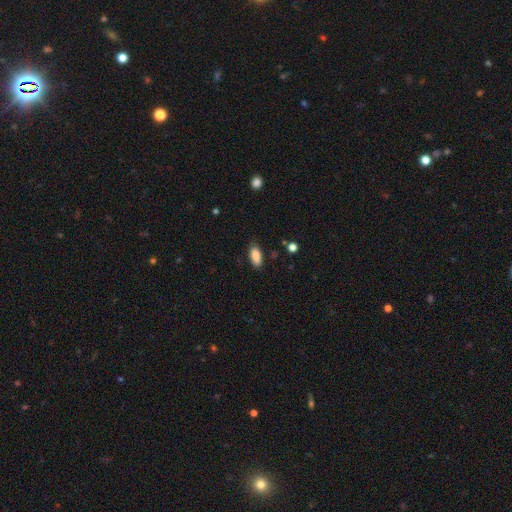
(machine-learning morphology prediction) smooth 87%, star or artifact 7%, featured or disk 5%. Down the decision tree: how rounded — in between (85%); merging — none (80%).